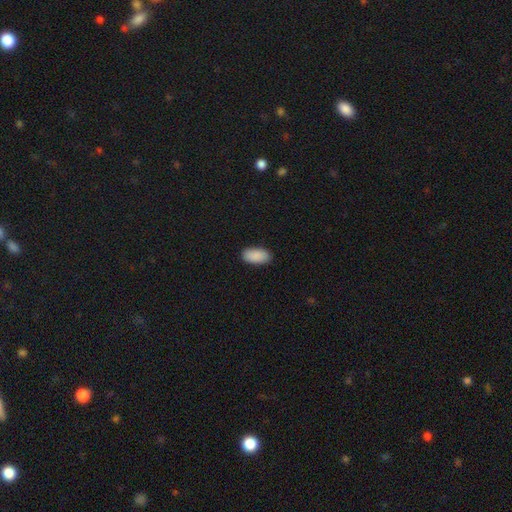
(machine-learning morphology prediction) This is clearly a smooth galaxy (91%). How rounded: clearly in between (95%). Merging: clearly none (89%).